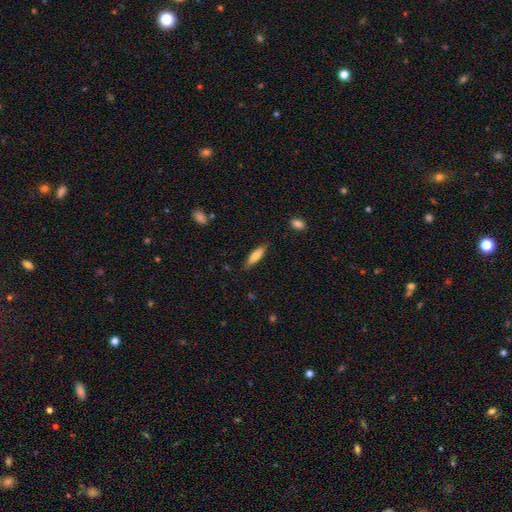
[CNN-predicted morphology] smooth_or_featured: smooth (p=0.69) [alt: featured or disk p=0.25]
how_rounded: cigar-shaped (p=0.59) [alt: in between p=0.40]
merging: none (p=0.85) [alt: minor disturbance p=0.11]